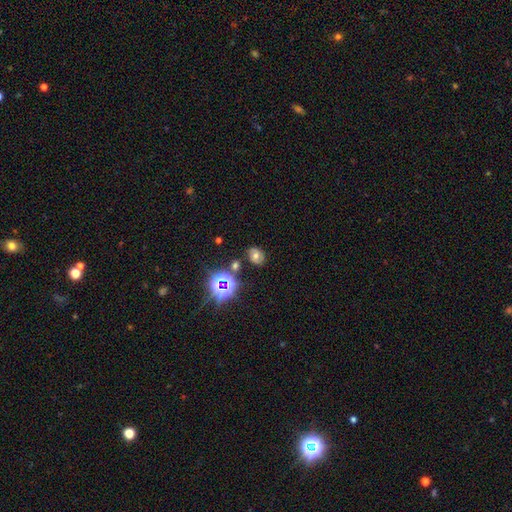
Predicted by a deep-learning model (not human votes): Smooth or featured? Predicted: smooth (p=0.46). Merging? Predicted: none (p=0.78).